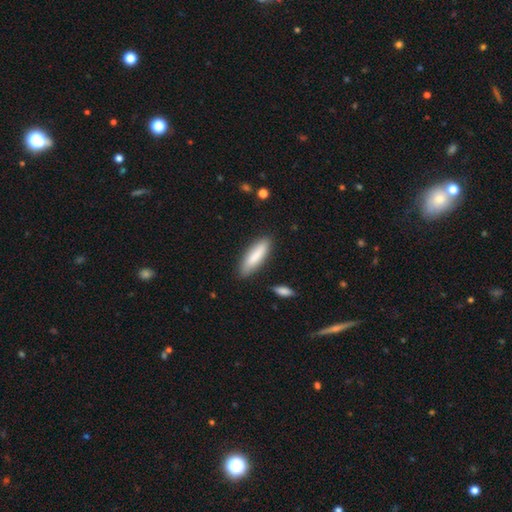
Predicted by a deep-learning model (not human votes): The model was most divided on "how rounded": cigar-shaped: 58%, in between: 41%, round: 1%. More confident: merging — none (83%); smooth or featured — smooth (83%).